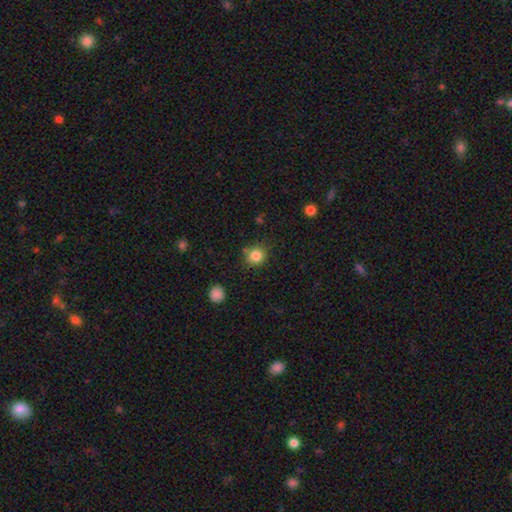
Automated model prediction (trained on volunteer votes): This appears to be a smooth galaxy with no disk features (84%) that is round (87%). Merging: none (82%).